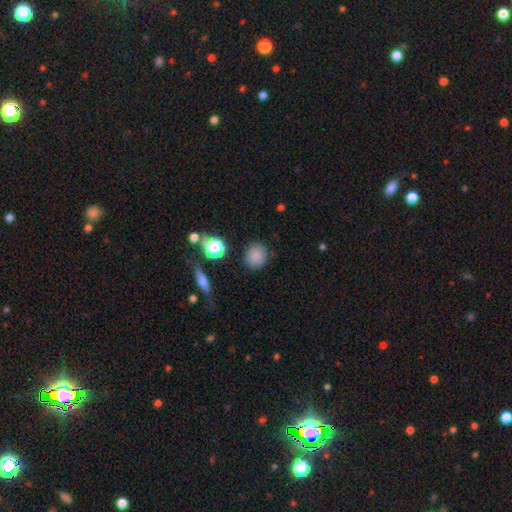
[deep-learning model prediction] Overall: smooth (82%). How rounded: round (82%). Merging: none (85%).